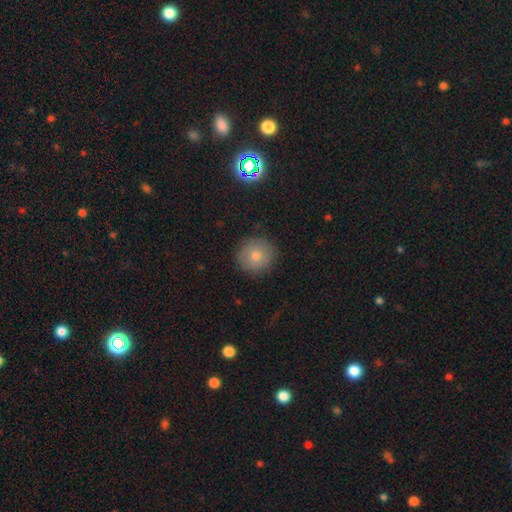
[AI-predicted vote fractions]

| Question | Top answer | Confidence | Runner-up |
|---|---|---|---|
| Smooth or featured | smooth | 76% | featured or disk (14%) |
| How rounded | round | 93% | in between (6%) |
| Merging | none | 88% | minor disturbance (9%) |